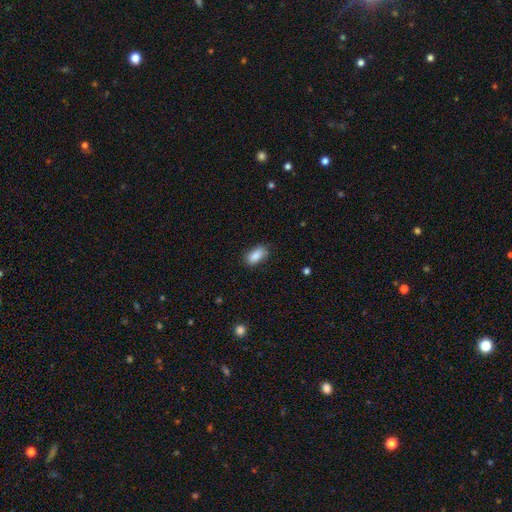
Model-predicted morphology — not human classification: Q: Smooth or featured?
A: smooth (88%); runner-up: star or artifact (7%)
Q: How rounded?
A: in between (91%); runner-up: cigar-shaped (5%)
Q: Merging?
A: none (82%); runner-up: minor disturbance (15%)